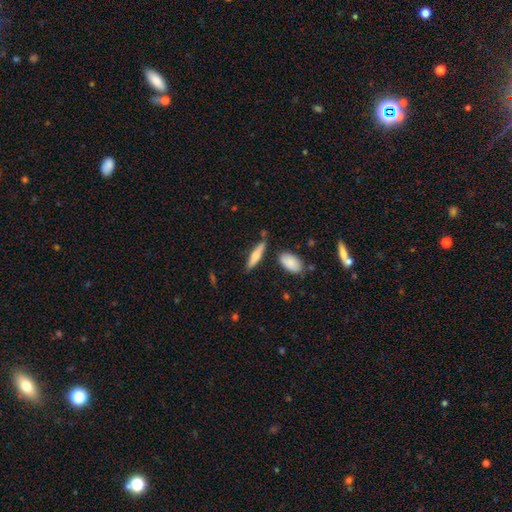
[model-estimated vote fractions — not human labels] smooth 55%, featured or disk 39%, star or artifact 6%. Down the decision tree: how rounded — cigar-shaped (72%); merging — none (78%).